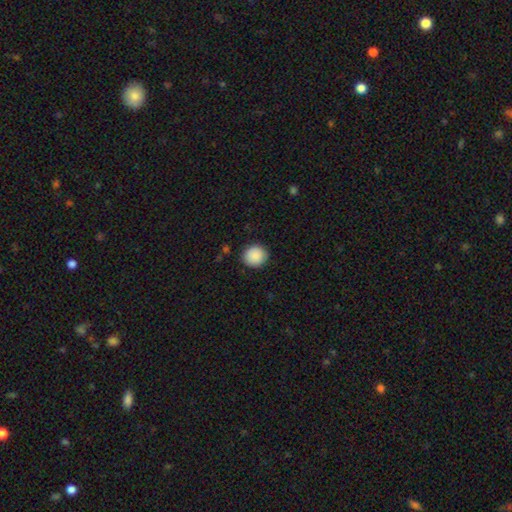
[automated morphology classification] smooth-or-featured: smooth: 89% | star or artifact: 7% | featured or disk: 3%
  how-rounded: round: 89% | in between: 10% | cigar-shaped: 1%
  merging: none: 89% | minor disturbance: 7% | major disturbance: 2% | merger: 1%